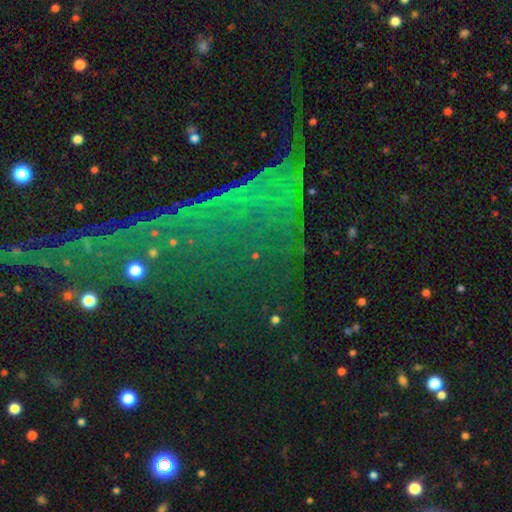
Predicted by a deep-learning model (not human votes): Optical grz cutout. It shows a star or artifact, not a galaxy (73%).